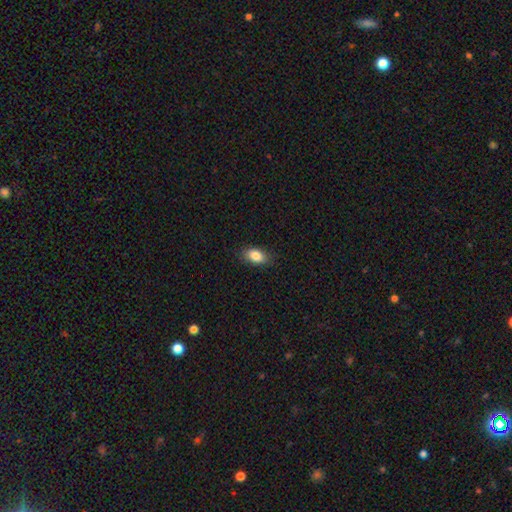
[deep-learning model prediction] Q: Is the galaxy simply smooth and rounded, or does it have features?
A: smooth — 86%.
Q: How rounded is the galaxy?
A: in between — 89%.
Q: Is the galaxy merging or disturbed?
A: none — 85%.